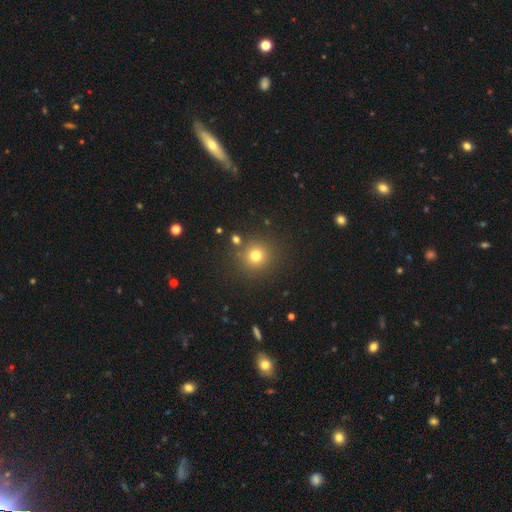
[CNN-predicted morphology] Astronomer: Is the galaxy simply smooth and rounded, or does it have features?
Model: smooth — 75%.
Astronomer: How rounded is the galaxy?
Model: round — 93%.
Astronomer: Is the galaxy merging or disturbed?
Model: none — 86%.